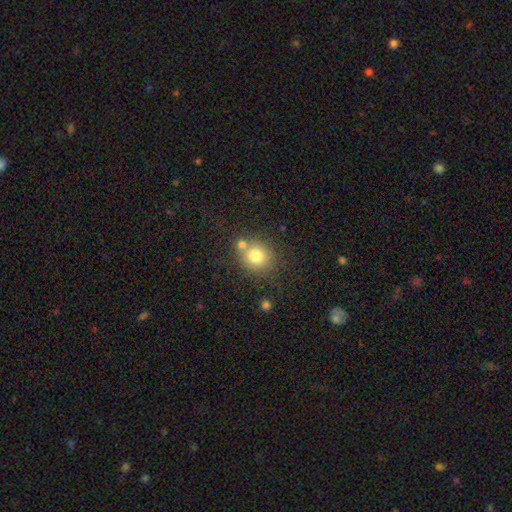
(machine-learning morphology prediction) Overall: smooth (77%). How rounded: round (80%). Merging: none (61%; merger 24%).